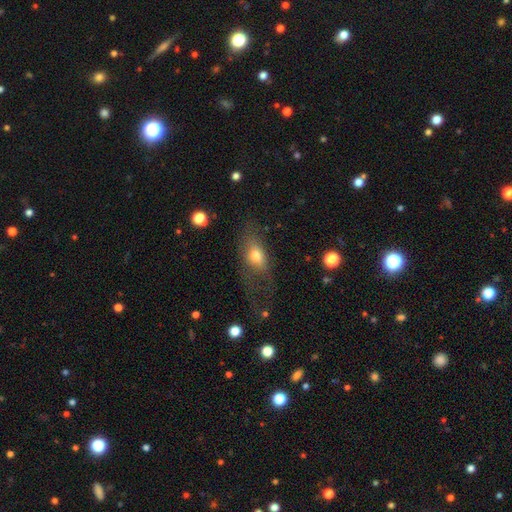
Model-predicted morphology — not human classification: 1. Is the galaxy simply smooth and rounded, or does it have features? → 67% smooth, 23% featured or disk, 10% star or artifact.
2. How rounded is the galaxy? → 80% in between, 11% round, 9% cigar-shaped.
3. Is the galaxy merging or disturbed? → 42% none, 33% major disturbance, 21% minor disturbance, 3% merger.